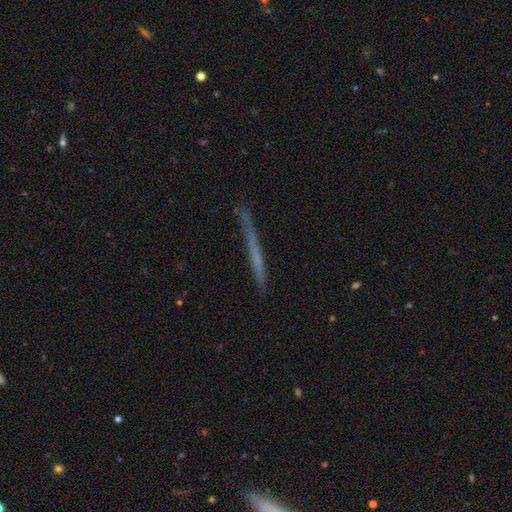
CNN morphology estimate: Smooth or featured? Predicted: featured or disk (p=0.49). Merging? Predicted: none (p=0.85).